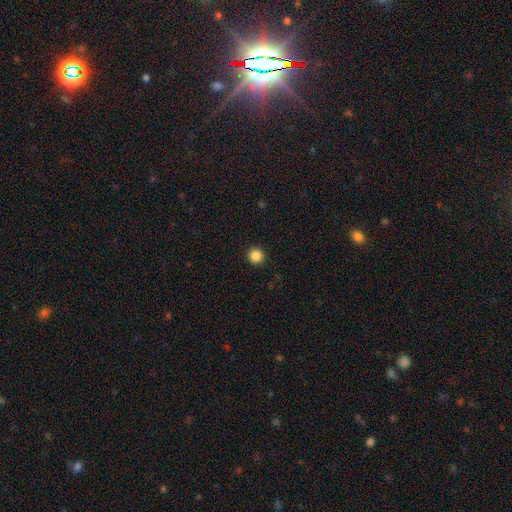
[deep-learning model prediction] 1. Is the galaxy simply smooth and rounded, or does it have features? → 86% smooth, 11% star or artifact, 3% featured or disk.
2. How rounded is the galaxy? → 96% round, 4% in between, 1% cigar-shaped.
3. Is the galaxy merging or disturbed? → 93% none, 4% minor disturbance, 2% major disturbance, 1% merger.